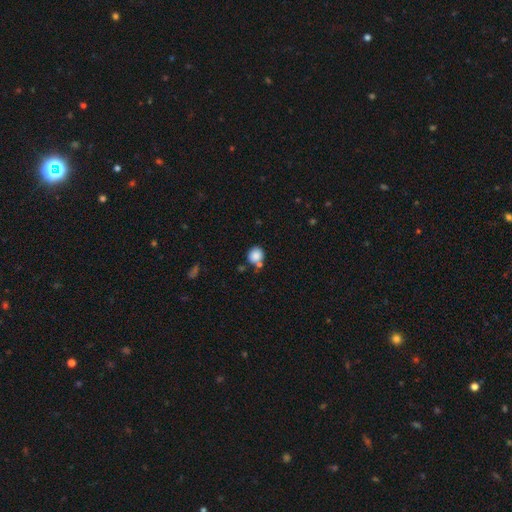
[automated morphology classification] Q: Smooth or featured?
A: smooth (86%); runner-up: star or artifact (9%)
Q: How rounded?
A: round (79%); runner-up: in between (20%)
Q: Merging?
A: none (65%); runner-up: merger (18%)